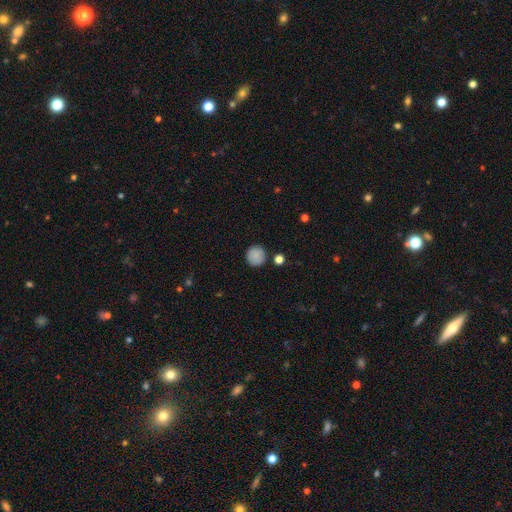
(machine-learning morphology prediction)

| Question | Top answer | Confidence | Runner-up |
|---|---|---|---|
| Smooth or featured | smooth | 86% | star or artifact (8%) |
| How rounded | round | 94% | in between (5%) |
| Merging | none | 87% | minor disturbance (8%) |